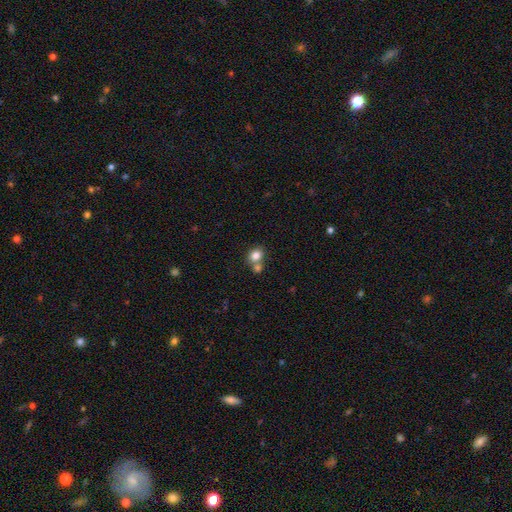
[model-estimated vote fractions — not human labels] Smooth or featured? smooth (81%)
How rounded? round (61%)
Merging? none (46%)